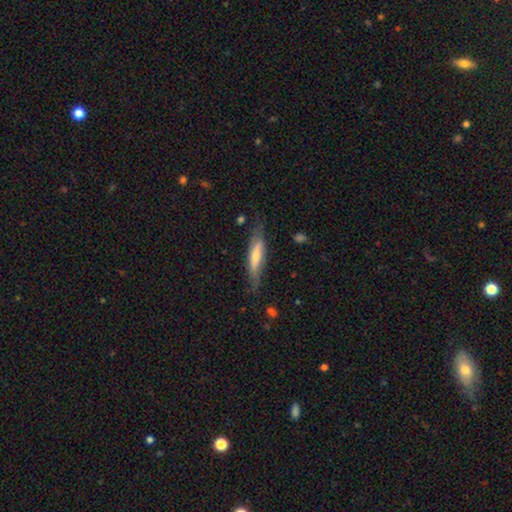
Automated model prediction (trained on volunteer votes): smooth_or_featured: smooth (p=0.51) [alt: featured or disk p=0.43]
how_rounded: cigar-shaped (p=0.81) [alt: in between p=0.18]
merging: none (p=0.70) [alt: minor disturbance p=0.22]